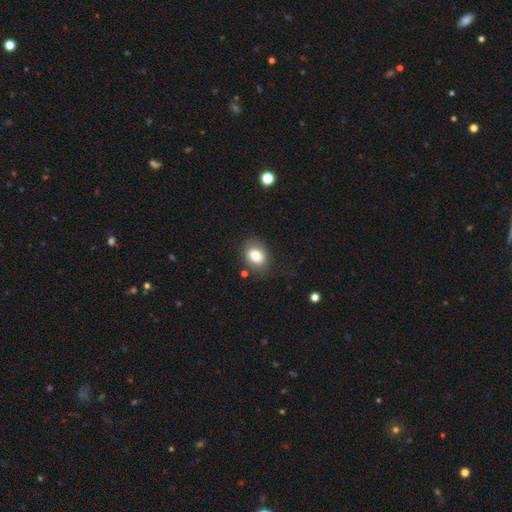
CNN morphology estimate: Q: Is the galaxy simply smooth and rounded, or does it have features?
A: smooth — 78%.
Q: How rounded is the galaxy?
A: in between — 67%.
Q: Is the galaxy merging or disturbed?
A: none — 76%.